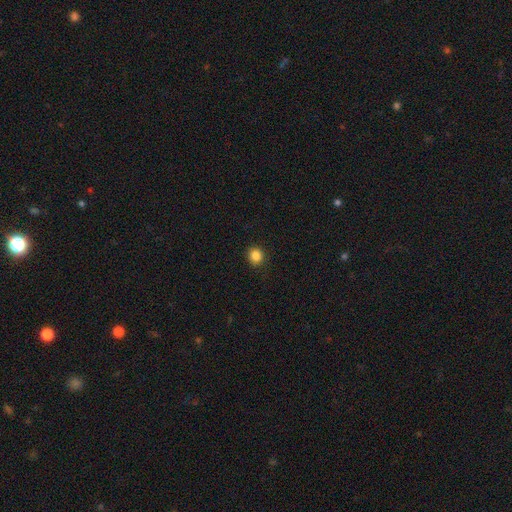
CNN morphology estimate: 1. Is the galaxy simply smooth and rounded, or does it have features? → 86% smooth, 11% star or artifact, 3% featured or disk.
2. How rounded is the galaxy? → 87% round, 12% in between, 1% cigar-shaped.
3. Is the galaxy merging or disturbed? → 91% none, 7% minor disturbance, 2% major disturbance, 1% merger.